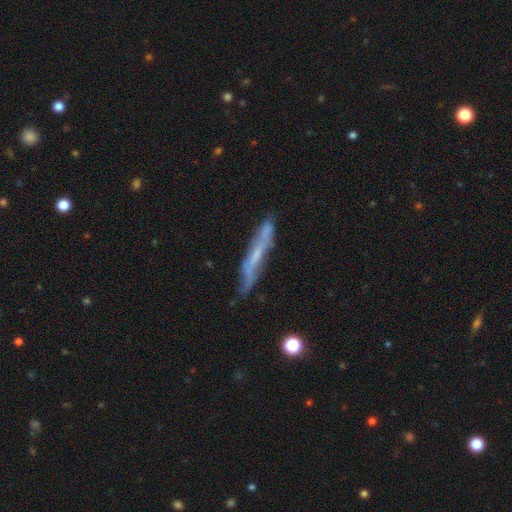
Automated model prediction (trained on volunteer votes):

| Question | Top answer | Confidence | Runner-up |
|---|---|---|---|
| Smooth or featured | featured or disk | 59% | smooth (33%) |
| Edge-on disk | yes | 69% | no (31%) |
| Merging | none | 65% | minor disturbance (24%) |